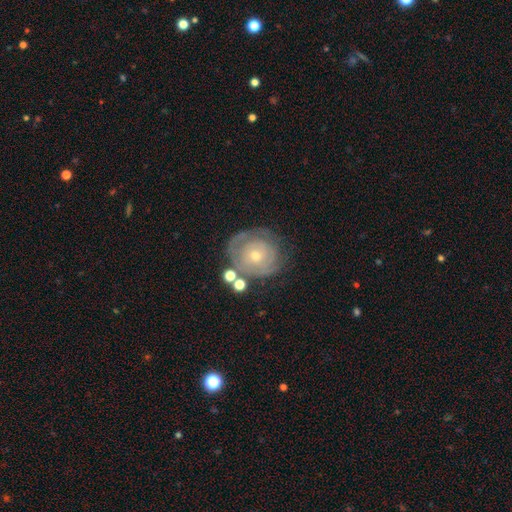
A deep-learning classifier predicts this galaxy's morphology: Overall: featured or disk (73%). Edge-on disk: no (97%). Bar: no (84%). Spiral arms: yes (81%). Spiral arm count: can't tell (46%; 2 25%). Spiral winding: tight (78%). Bulge size: small (60%; moderate 36%). Merging: none (65%).